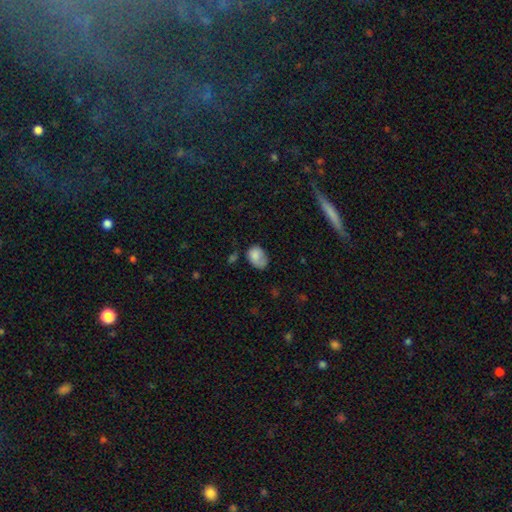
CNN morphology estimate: Smooth or featured? Predicted: smooth (p=0.77). How rounded? Predicted: in between (p=0.71). Merging? Predicted: none (p=0.41).